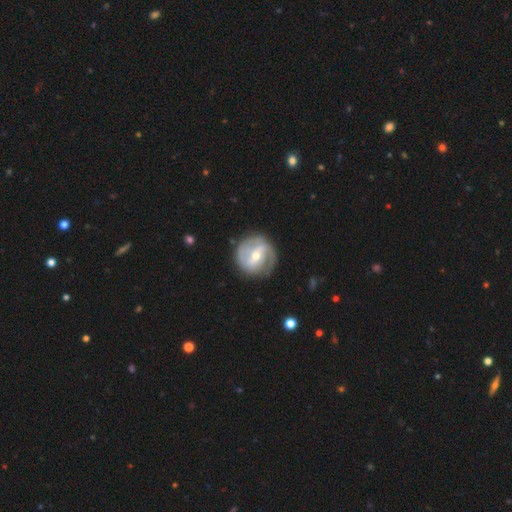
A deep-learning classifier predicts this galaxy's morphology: This is likely a featured or disk galaxy (78%). It is clearly not viewed edge-on (97%). Bar: marginally weak (42%). Spiral arm pattern: clearly yes (84%). Spiral arm count: likely 2 (72%). Spiral winding: marginally medium (42%). Central bulge: possibly moderate (55%). Merging: likely none (79%).